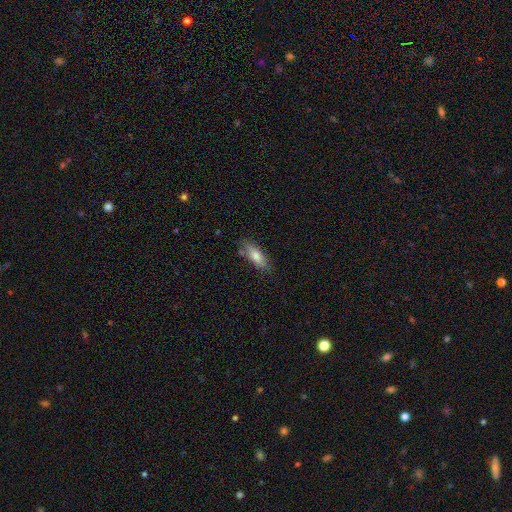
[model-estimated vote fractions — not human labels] The model was most divided on "how rounded": in between: 61%, cigar-shaped: 37%, round: 2%. More confident: merging — none (78%); smooth or featured — smooth (77%).